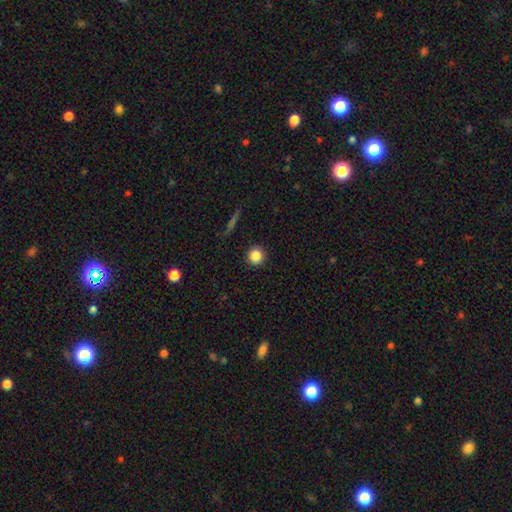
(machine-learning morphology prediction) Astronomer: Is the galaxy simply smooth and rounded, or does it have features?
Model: smooth — 85%.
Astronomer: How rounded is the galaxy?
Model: round — 94%.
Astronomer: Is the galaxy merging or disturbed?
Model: none — 90%.